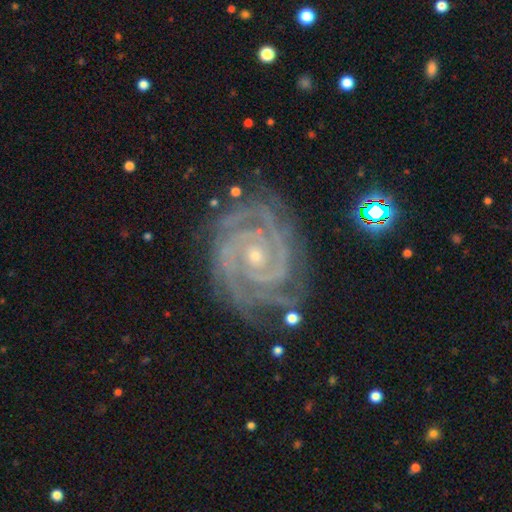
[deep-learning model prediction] Smooth or featured: featured or disk — 93% (star or artifact — 5%)
Edge-on disk: no — 98% (yes — 2%)
Bar: no — 67% (weak — 21%)
Spiral arms: yes — 99% (no — 1%)
Spiral winding: tight — 85% (medium — 13%)
Spiral arm count: 2 — 52% (3 — 20%)
Bulge size: small — 72% (moderate — 25%)
Merging: none — 76% (minor disturbance — 17%)